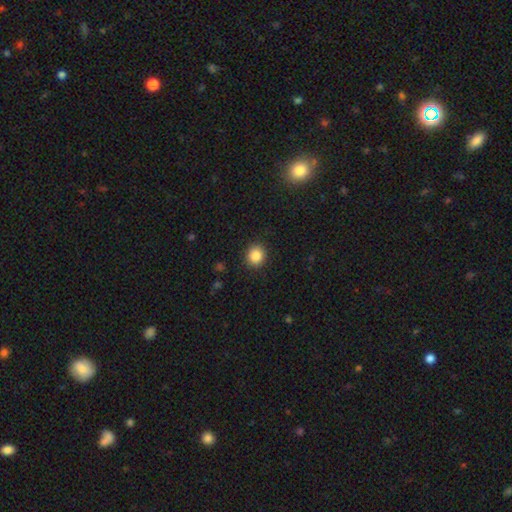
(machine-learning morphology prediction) Smooth or featured? smooth (86%)
How rounded? round (84%)
Merging? none (91%)